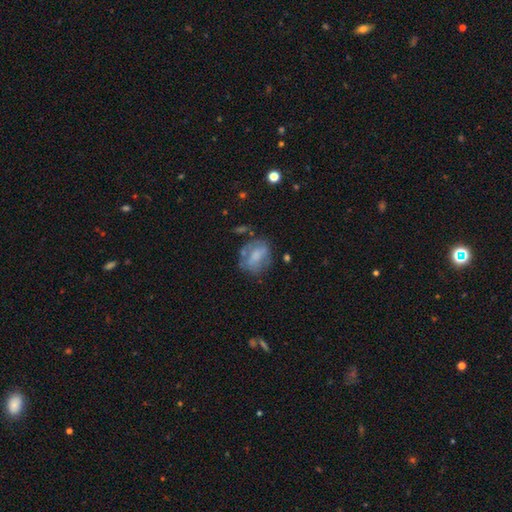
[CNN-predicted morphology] Smooth or featured? Predicted: smooth (p=0.57). How rounded? Predicted: in between (p=0.61). Merging? Predicted: none (p=0.54).